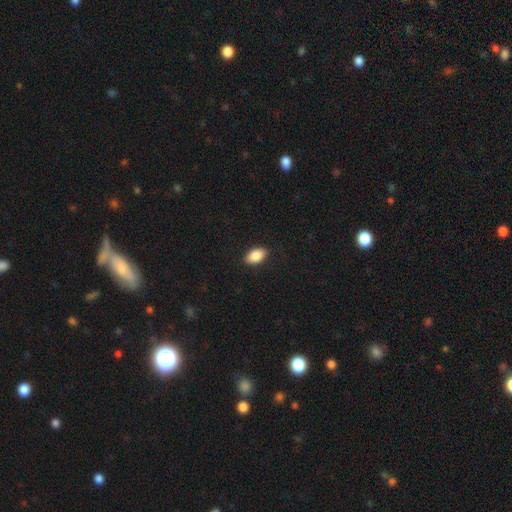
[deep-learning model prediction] The model was most divided on "merging": none: 88%, minor disturbance: 9%, major disturbance: 2%, merger: 1%. More confident: how rounded — in between (92%); smooth or featured — smooth (88%).